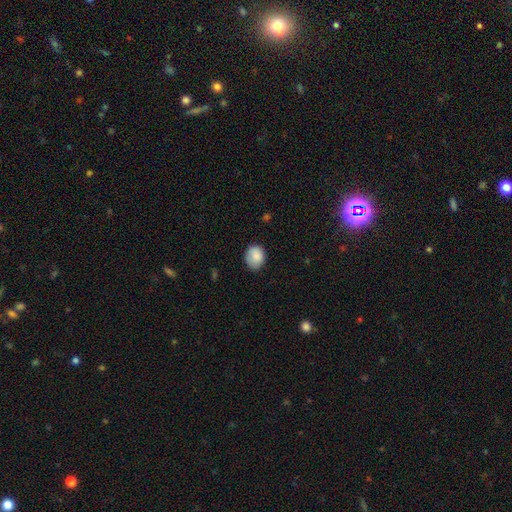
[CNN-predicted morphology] A smooth galaxy with no disk features (87%) that is round (53%).

Vote fractions:
- Smooth or featured? smooth: 87% / star or artifact: 8% / featured or disk: 6%
- How rounded? round: 53% / in between: 46% / cigar-shaped: 1%
- Merging? none: 74% / minor disturbance: 21% / major disturbance: 4% / merger: 1%